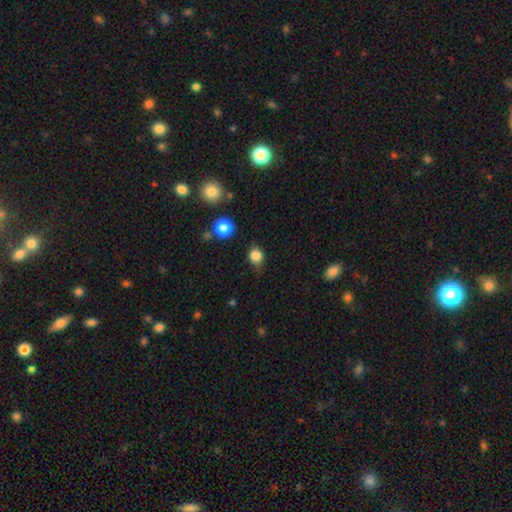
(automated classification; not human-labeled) smooth 83%, star or artifact 12%, featured or disk 5%. Down the decision tree: how rounded — round (76%); merging — none (66%).